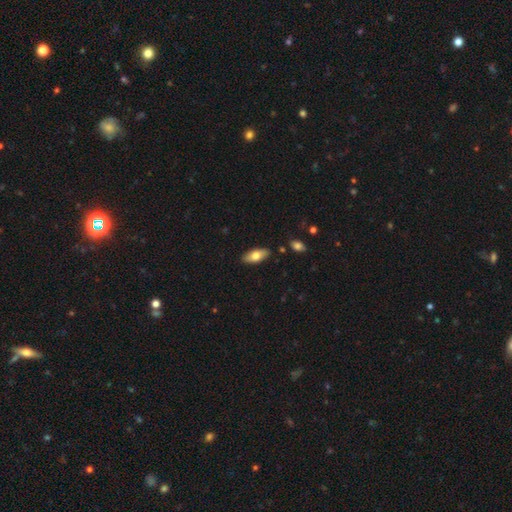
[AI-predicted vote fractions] smooth-or-featured: smooth: 72% | featured or disk: 22% | star or artifact: 6%
  how-rounded: in between: 83% | cigar-shaped: 15% | round: 2%
  merging: none: 87% | minor disturbance: 9% | merger: 2% | major disturbance: 2%